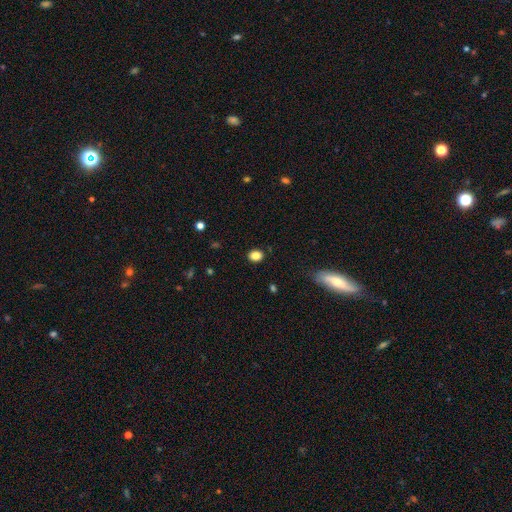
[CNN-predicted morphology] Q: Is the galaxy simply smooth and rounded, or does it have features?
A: smooth — 85%.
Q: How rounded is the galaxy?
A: in between — 56%.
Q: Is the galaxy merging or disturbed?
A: none — 88%.